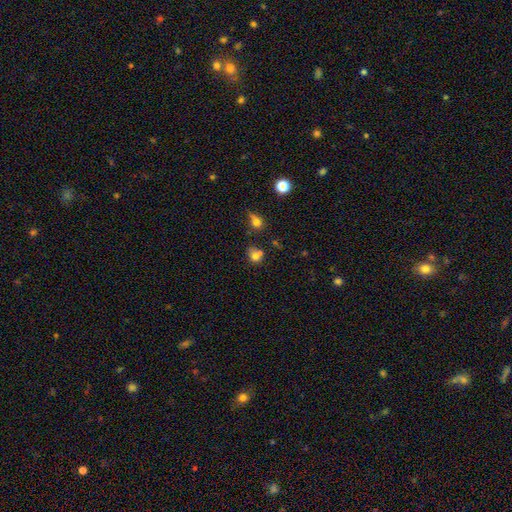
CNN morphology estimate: This appears to be a smooth galaxy with no disk features (73%) that is round (71%). Merging: none (46%).